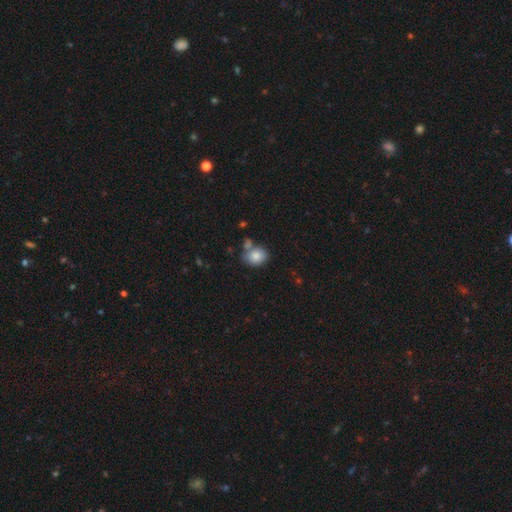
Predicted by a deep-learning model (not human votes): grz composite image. It shows a smooth galaxy with no disk features (82%) that is in between round and cigar-shaped (59%). Merging: none (57%).